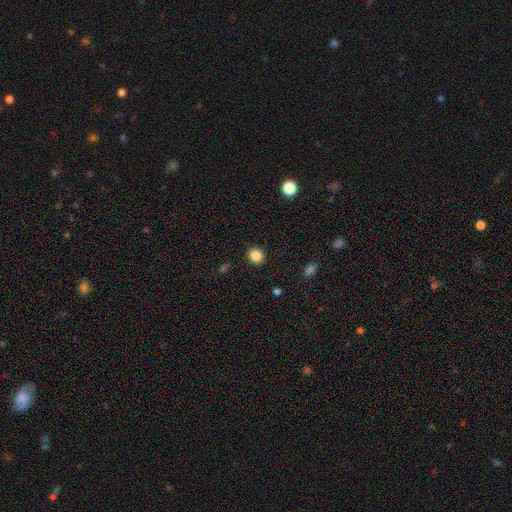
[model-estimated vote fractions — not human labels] This is clearly a smooth galaxy (85%). How rounded: clearly round (83%). Merging: clearly none (91%).